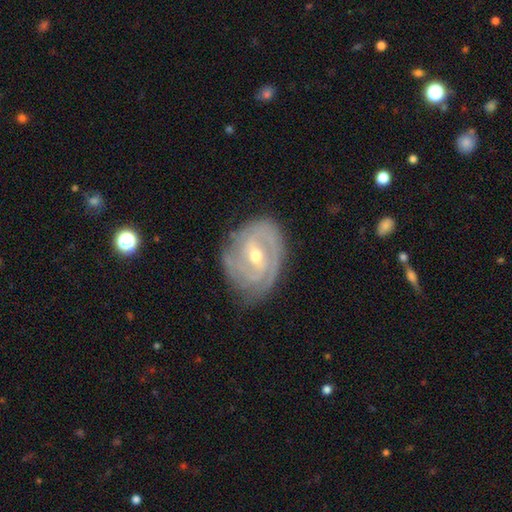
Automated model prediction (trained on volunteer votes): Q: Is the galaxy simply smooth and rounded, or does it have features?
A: featured or disk — 87%.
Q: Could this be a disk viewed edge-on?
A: no — 96%.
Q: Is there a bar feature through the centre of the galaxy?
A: weak — 51%.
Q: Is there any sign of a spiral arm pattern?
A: yes — 95%.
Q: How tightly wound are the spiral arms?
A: tight — 66%.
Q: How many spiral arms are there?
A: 2 — 40%.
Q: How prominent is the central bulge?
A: moderate — 55%.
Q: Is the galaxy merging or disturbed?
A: none — 72%.